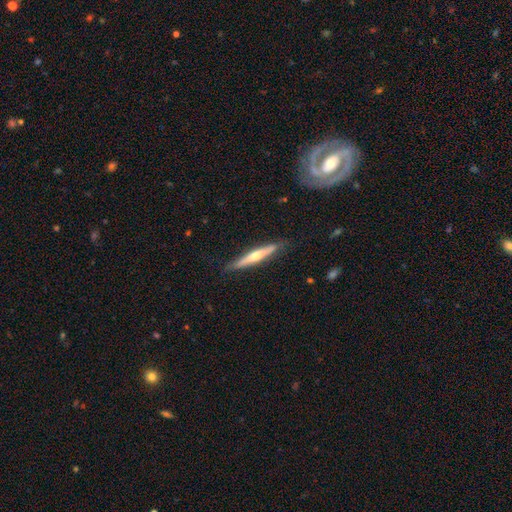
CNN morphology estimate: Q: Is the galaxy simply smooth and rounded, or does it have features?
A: featured or disk — 60%.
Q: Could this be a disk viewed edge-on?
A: yes — 95%.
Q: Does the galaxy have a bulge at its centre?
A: rounded — 80%.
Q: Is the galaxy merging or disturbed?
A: none — 86%.